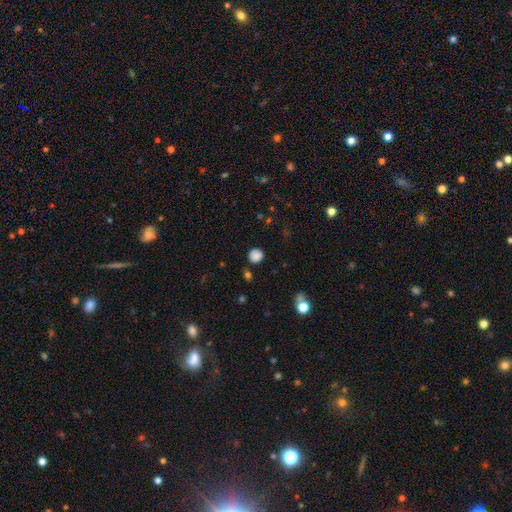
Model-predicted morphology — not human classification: Smooth or featured? smooth (83%)
How rounded? round (89%)
Merging? none (83%)